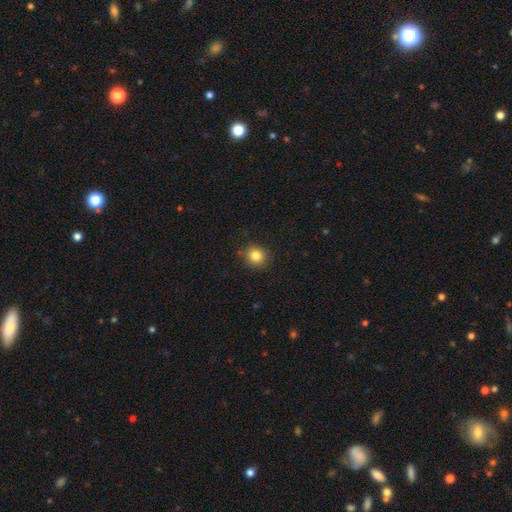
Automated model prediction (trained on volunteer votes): A smooth galaxy with no disk features (83%) that is round (85%).

Vote fractions:
- Smooth or featured? smooth: 83% / star or artifact: 11% / featured or disk: 6%
- How rounded? round: 85% / in between: 14% / cigar-shaped: 1%
- Merging? none: 87% / minor disturbance: 9% / major disturbance: 2% / merger: 1%